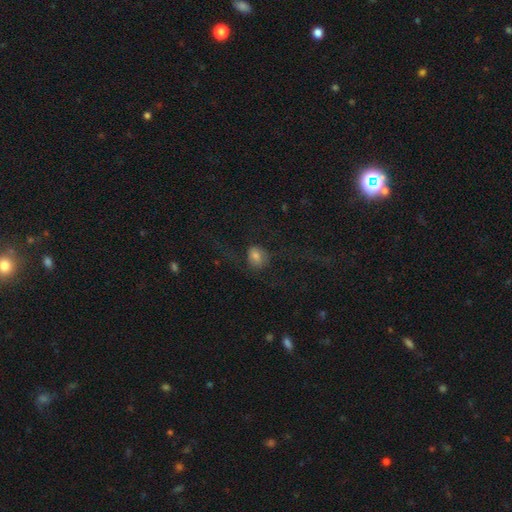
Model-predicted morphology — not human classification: A smooth galaxy with no disk features (62%) that is in between round and cigar-shaped (50%). Merging: none (57%).